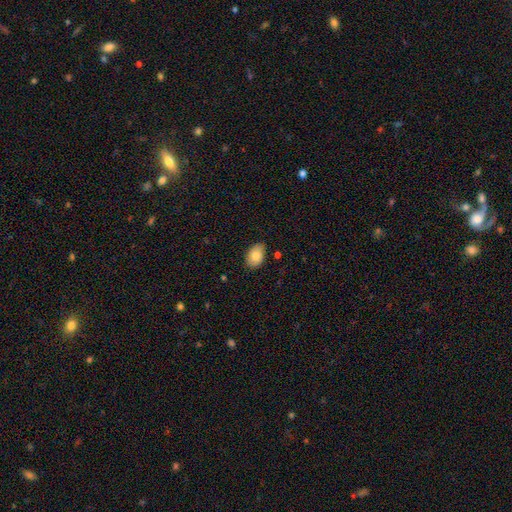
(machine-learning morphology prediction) smooth 84%, featured or disk 9%, star or artifact 7%. Down the decision tree: how rounded — in between (86%); merging — none (82%).